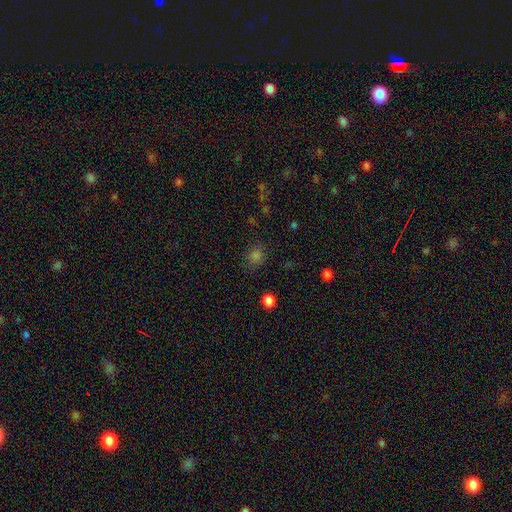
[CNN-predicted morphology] The model was most divided on "how rounded": round: 74%, in between: 25%, cigar-shaped: 1%. More confident: merging — none (83%); smooth or featured — smooth (74%).